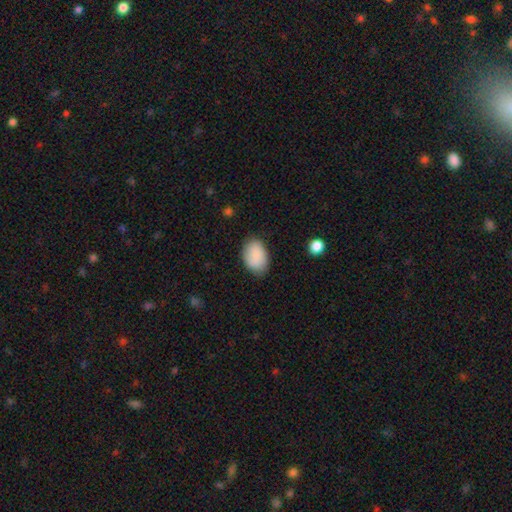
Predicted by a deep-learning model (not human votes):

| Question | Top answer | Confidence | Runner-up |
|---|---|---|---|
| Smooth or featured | smooth | 88% | star or artifact (6%) |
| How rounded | in between | 86% | round (13%) |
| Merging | none | 79% | minor disturbance (16%) |